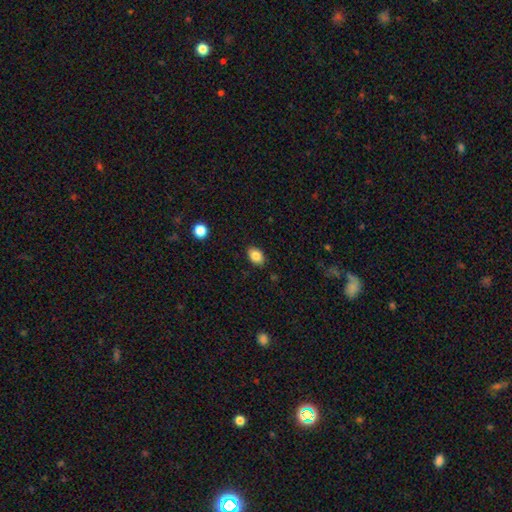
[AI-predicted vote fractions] smooth_or_featured: smooth (p=0.85) [alt: star or artifact p=0.09]
how_rounded: in between (p=0.79) [alt: round p=0.20]
merging: none (p=0.87) [alt: minor disturbance p=0.10]